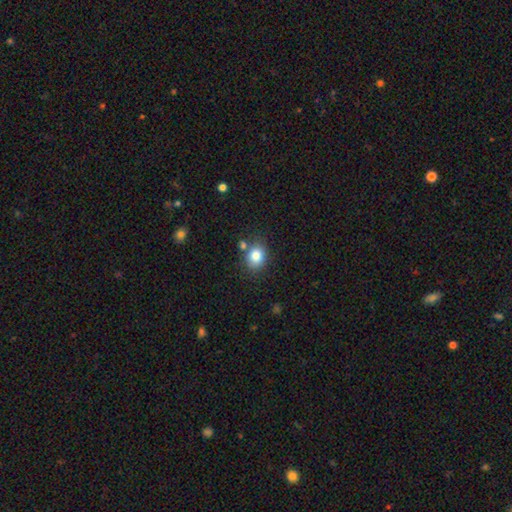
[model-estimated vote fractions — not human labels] This is clearly a smooth galaxy (82%). How rounded: possibly round (57%). Merging: likely none (74%).